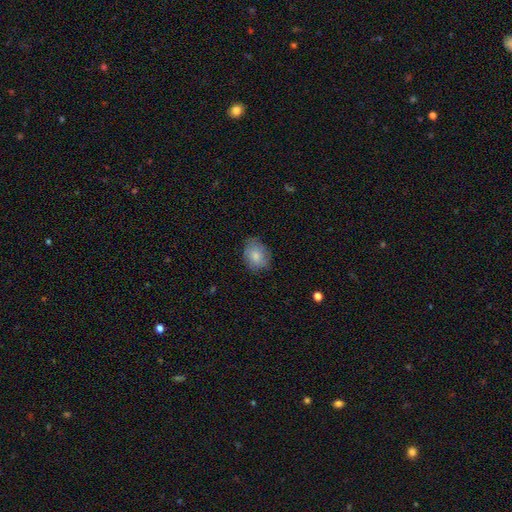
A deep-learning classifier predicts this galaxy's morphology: smooth-or-featured: smooth: 80% | featured or disk: 13% | star or artifact: 7%
  how-rounded: in between: 56% | round: 43% | cigar-shaped: 1%
  merging: none: 73% | minor disturbance: 21% | major disturbance: 5% | merger: 1%